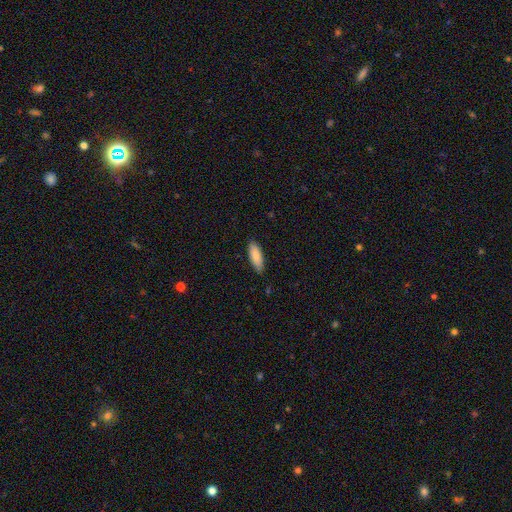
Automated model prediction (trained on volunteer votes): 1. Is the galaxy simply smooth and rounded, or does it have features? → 87% smooth, 7% featured or disk, 6% star or artifact.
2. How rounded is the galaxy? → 67% in between, 31% cigar-shaped, 2% round.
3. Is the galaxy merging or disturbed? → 81% none, 16% minor disturbance, 2% major disturbance, 1% merger.